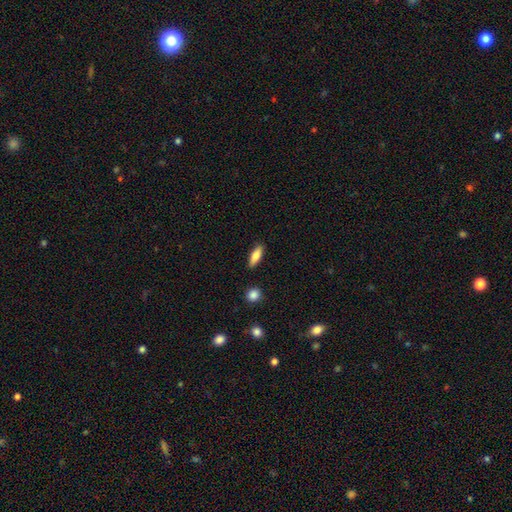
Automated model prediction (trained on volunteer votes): This is clearly a smooth galaxy (80%). How rounded: possibly in between (55%). Merging: clearly none (86%).